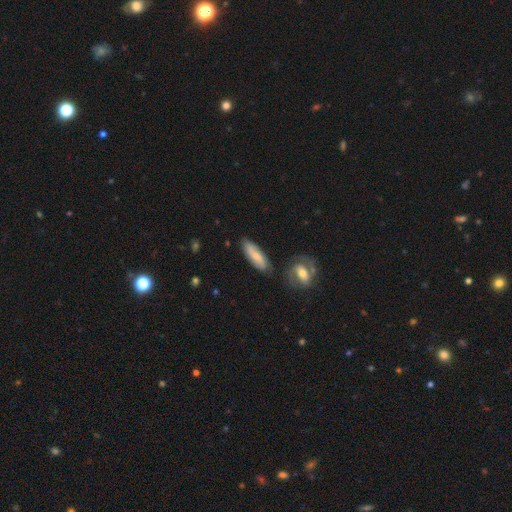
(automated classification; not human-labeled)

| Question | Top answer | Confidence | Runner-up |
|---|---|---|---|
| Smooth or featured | smooth | 55% | featured or disk (38%) |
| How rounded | in between | 54% | cigar-shaped (43%) |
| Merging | none | 76% | minor disturbance (14%) |